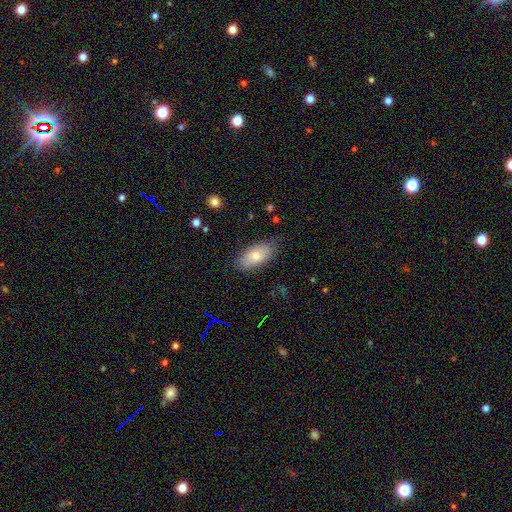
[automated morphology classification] Smooth or featured? Predicted: smooth (p=0.77). How rounded? Predicted: in between (p=0.90). Merging? Predicted: none (p=0.82).